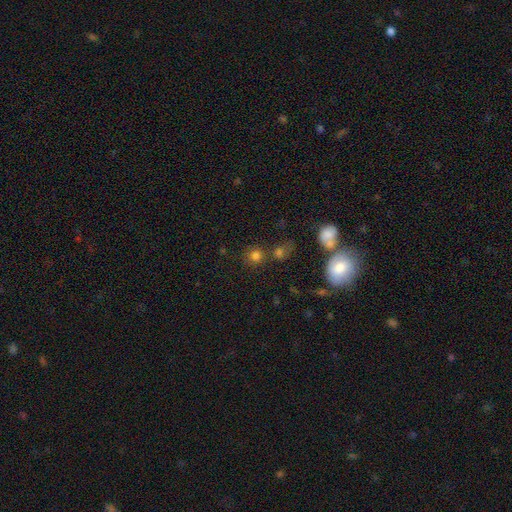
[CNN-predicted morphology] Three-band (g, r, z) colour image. It shows a smooth galaxy with no disk features (74%) that is round (87%). Merging: none (65%).